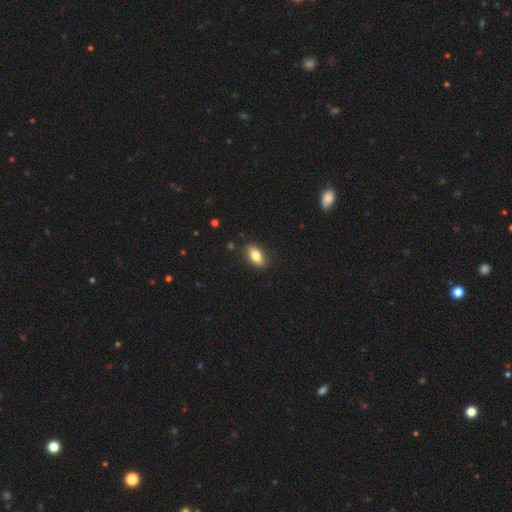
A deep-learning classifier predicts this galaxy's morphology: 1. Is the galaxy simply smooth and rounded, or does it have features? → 82% smooth, 11% featured or disk, 8% star or artifact.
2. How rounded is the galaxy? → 88% in between, 6% round, 6% cigar-shaped.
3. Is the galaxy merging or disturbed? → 87% none, 9% minor disturbance, 2% major disturbance, 1% merger.